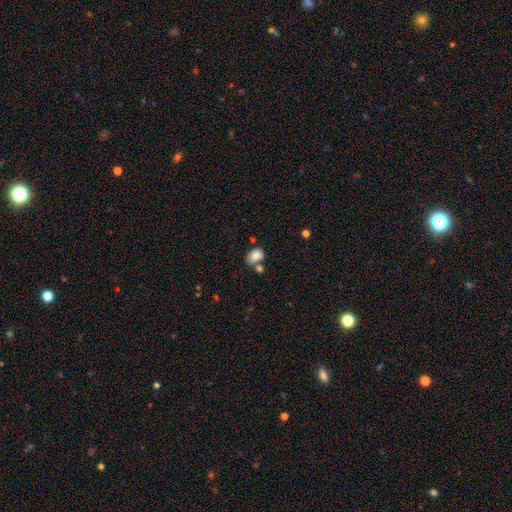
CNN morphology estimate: Smooth or featured? Predicted: smooth (p=0.84). How rounded? Predicted: in between (p=0.80). Merging? Predicted: none (p=0.52).